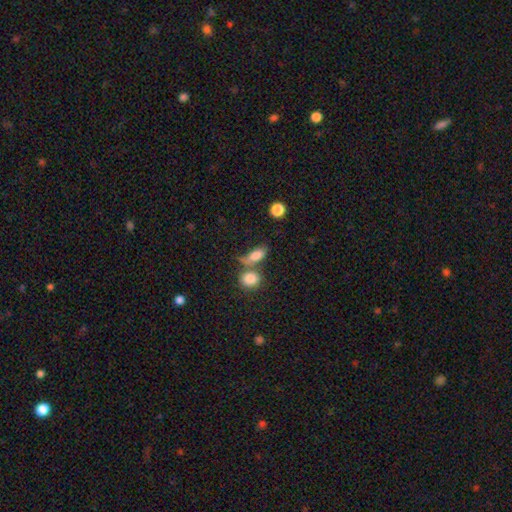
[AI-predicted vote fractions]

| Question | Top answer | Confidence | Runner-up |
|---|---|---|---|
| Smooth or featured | smooth | 80% | featured or disk (10%) |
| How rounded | in between | 79% | cigar-shaped (12%) |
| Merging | merger | 42% | none (35%) |